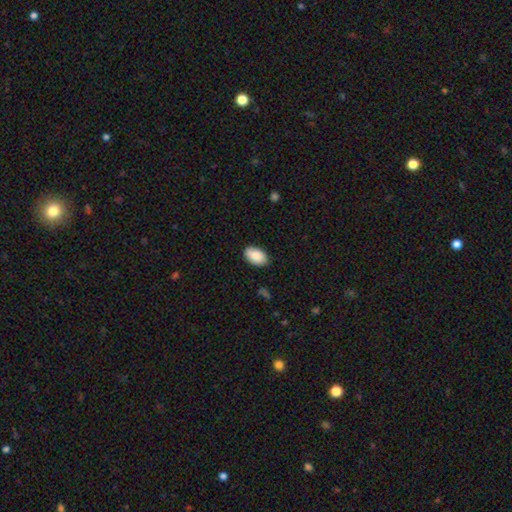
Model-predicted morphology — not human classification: Q: Smooth or featured?
A: smooth (87%); runner-up: featured or disk (6%)
Q: How rounded?
A: in between (93%); runner-up: round (6%)
Q: Merging?
A: none (83%); runner-up: minor disturbance (13%)